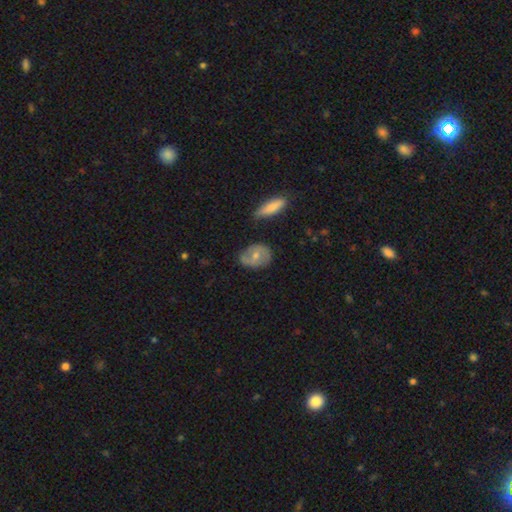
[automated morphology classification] Smooth or featured? featured or disk (49%)
Merging? none (70%)